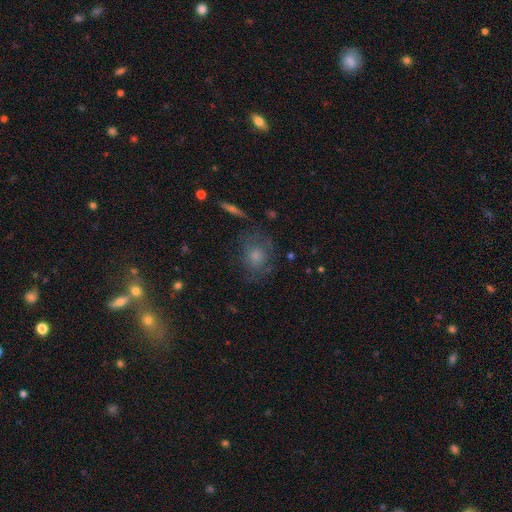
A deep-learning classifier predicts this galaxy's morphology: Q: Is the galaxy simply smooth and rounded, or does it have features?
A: smooth — 51%.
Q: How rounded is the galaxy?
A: round — 66%.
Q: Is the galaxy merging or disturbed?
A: none — 67%.